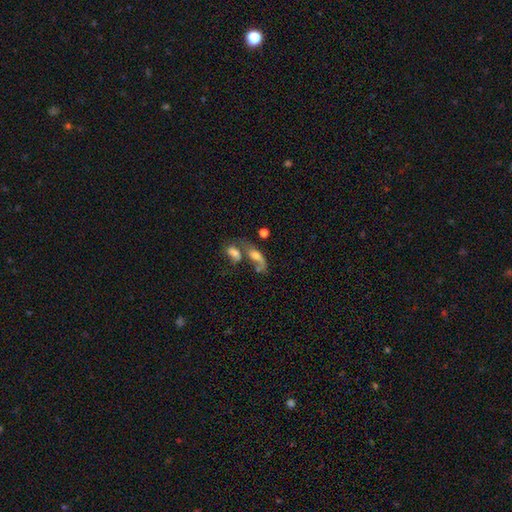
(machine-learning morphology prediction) smooth_or_featured: smooth (p=0.46) [alt: featured or disk p=0.40]
merging: merger (p=0.52) [alt: none p=0.21]